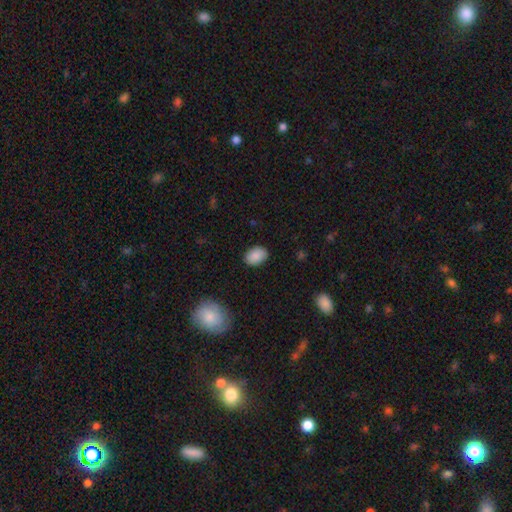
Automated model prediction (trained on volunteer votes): Smooth or featured? Predicted: smooth (p=0.89). How rounded? Predicted: in between (p=0.81). Merging? Predicted: none (p=0.86).